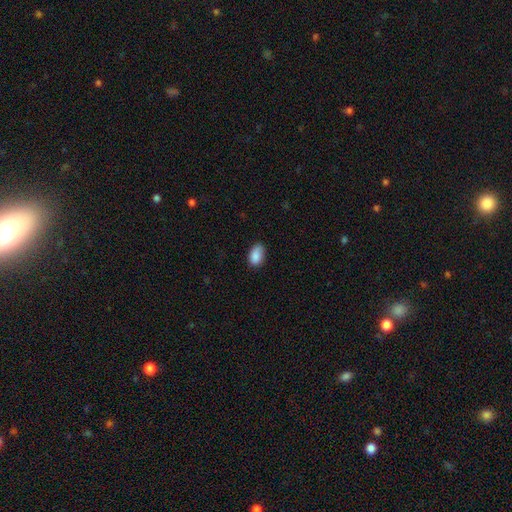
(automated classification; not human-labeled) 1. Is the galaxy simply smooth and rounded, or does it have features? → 87% smooth, 7% star or artifact, 5% featured or disk.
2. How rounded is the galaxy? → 90% in between, 9% round, 2% cigar-shaped.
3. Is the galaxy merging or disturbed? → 69% none, 25% minor disturbance, 5% major disturbance, 1% merger.